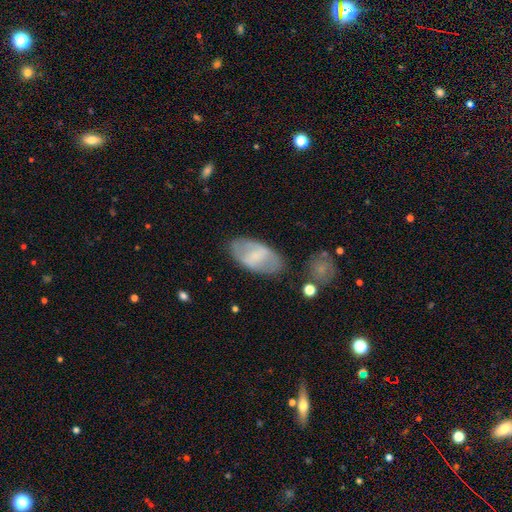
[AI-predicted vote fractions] Smooth or featured?
  - smooth: 53% *
  - featured or disk: 40%
  - star or artifact: 7%
How rounded?
  - in between: 93% *
  - round: 4%
  - cigar-shaped: 3%
Merging?
  - none: 75% *
  - minor disturbance: 16%
  - major disturbance: 6%
  - merger: 3%